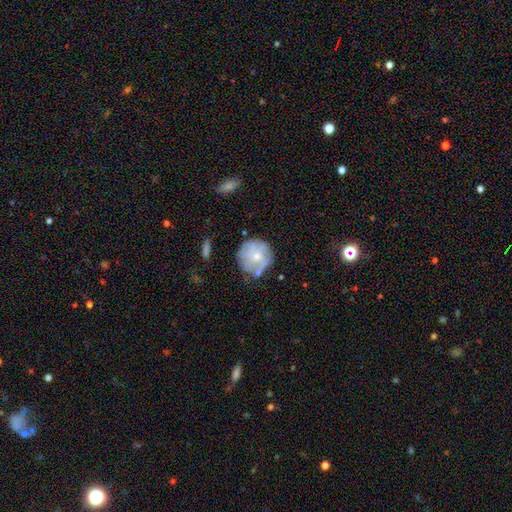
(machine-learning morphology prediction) Smooth or featured? smooth (48%)
Merging? none (62%)